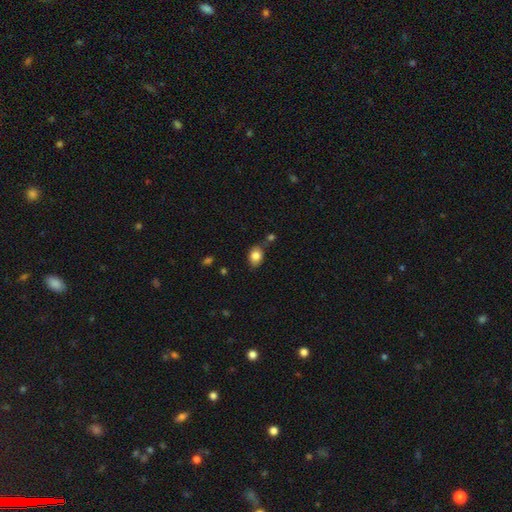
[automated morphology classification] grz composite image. It shows a smooth galaxy with no disk features (84%) that is in between round and cigar-shaped (70%). Merging: none (70%).